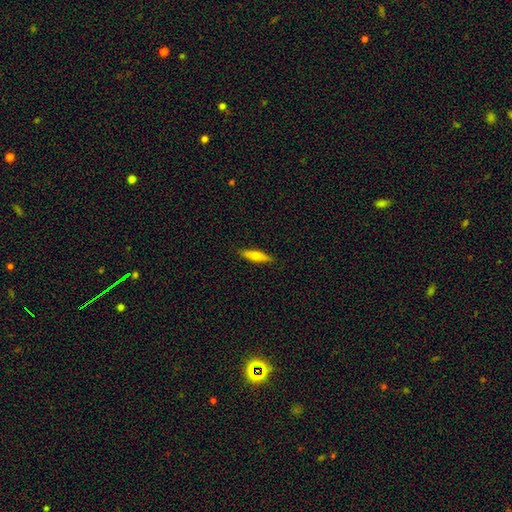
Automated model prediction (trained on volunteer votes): Smooth or featured? smooth (59%)
How rounded? cigar-shaped (71%)
Merging? none (89%)